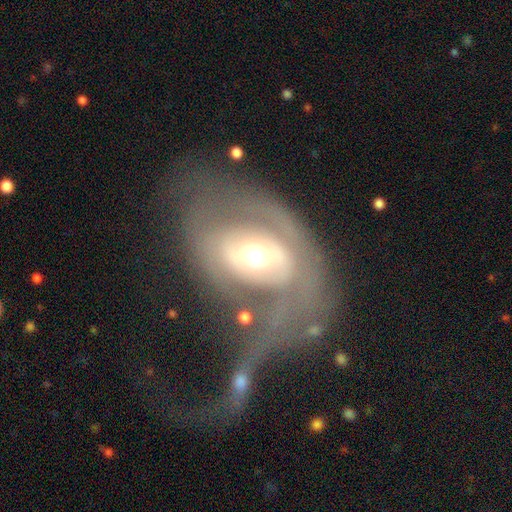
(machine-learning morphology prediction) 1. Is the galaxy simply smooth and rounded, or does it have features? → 72% featured or disk, 21% smooth, 7% star or artifact.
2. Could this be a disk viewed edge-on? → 94% no, 6% yes.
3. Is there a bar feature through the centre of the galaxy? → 54% no, 30% weak, 16% strong.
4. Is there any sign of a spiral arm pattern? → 59% yes, 41% no.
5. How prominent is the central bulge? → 70% moderate, 14% small, 13% large, 2% dominant, 1% none.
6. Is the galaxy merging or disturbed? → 44% major disturbance, 23% merger, 20% none, 13% minor disturbance.